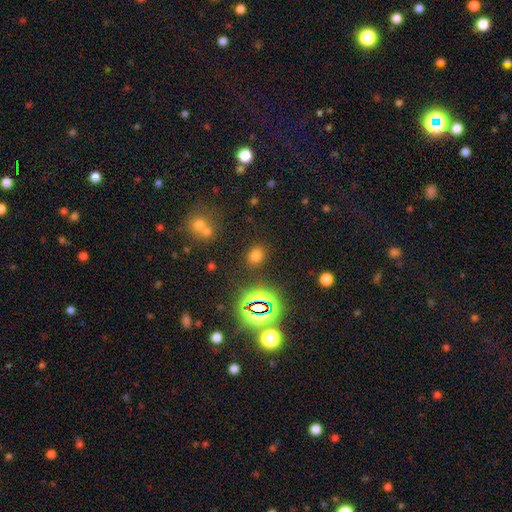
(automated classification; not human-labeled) smooth 65%, star or artifact 29%, featured or disk 6%. Down the decision tree: how rounded — round (55%); merging — none (83%).